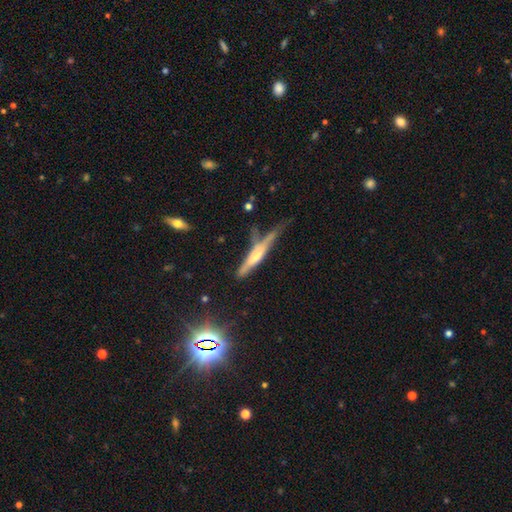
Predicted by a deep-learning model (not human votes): This is possibly a featured or disk galaxy (55%). It is clearly viewed edge-on (89%). Merging: marginally none (42%).